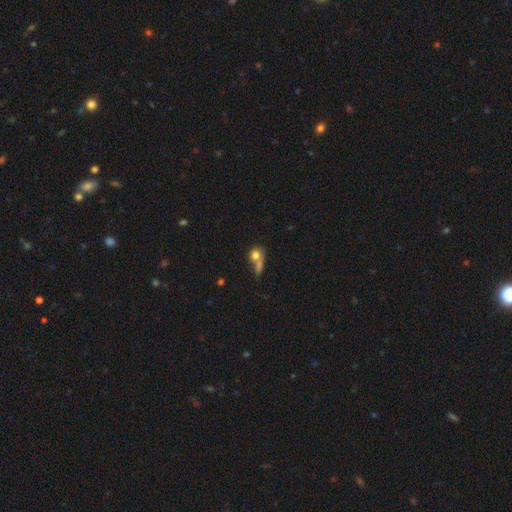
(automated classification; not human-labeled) Smooth or featured? Predicted: smooth (p=0.73). How rounded? Predicted: round (p=0.66). Merging? Predicted: merger (p=0.41).